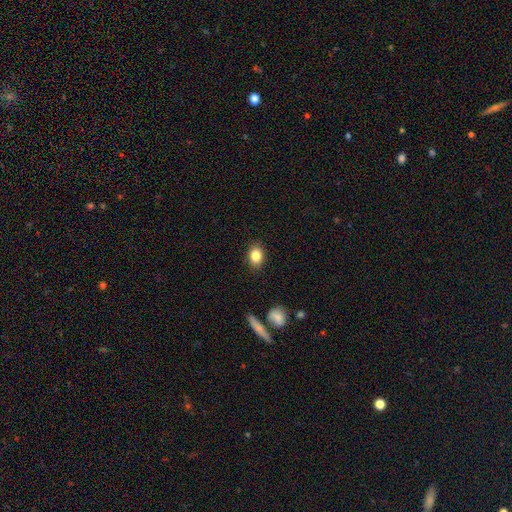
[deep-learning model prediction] A smooth galaxy with no disk features (85%) that is in between round and cigar-shaped (69%). Merging: none (86%).